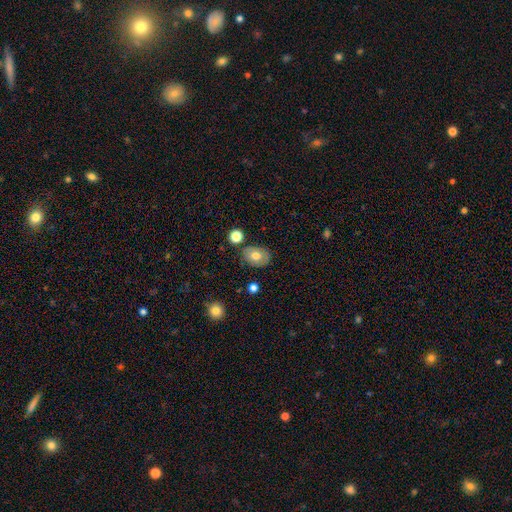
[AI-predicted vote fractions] Smooth or featured? smooth (66%)
How rounded? in between (67%)
Merging? none (79%)